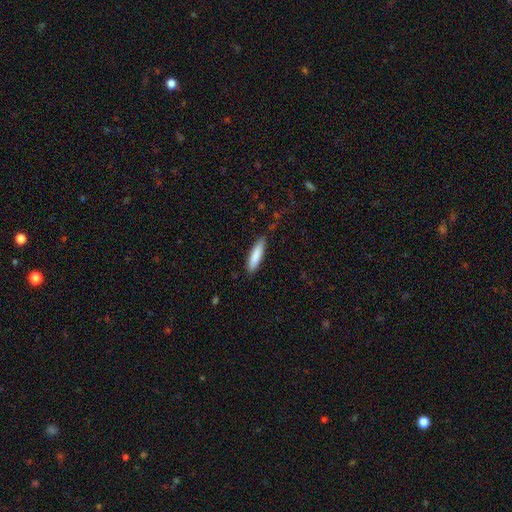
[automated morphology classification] Smooth or featured: smooth — 85% (featured or disk — 9%)
How rounded: cigar-shaped — 69% (in between — 30%)
Merging: none — 83% (minor disturbance — 13%)